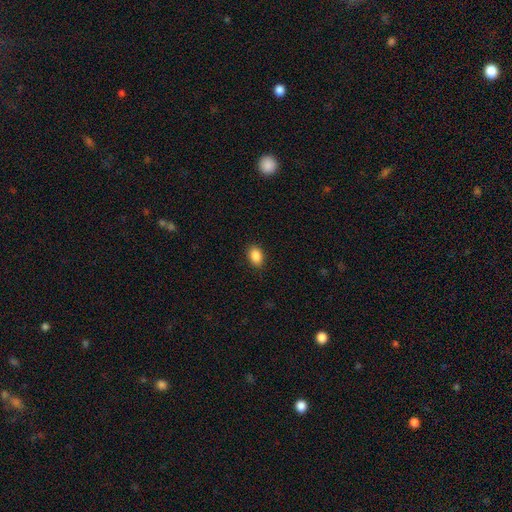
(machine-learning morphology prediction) Smooth or featured? smooth (89%)
How rounded? in between (82%)
Merging? none (89%)